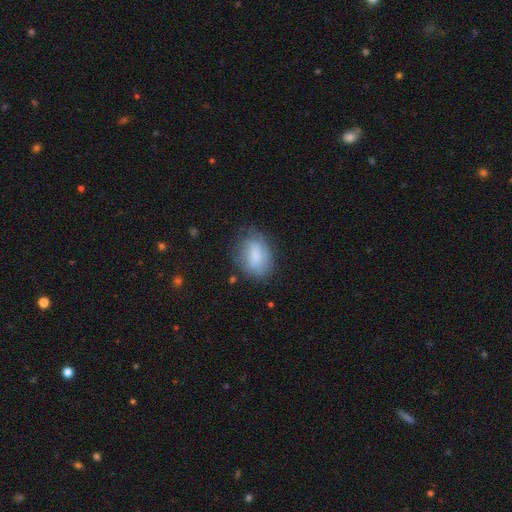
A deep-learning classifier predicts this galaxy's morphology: A smooth galaxy with no disk features (68%) that is in between round and cigar-shaped (81%).

Vote fractions:
- Smooth or featured? smooth: 68% / featured or disk: 23% / star or artifact: 8%
- How rounded? in between: 81% / round: 18% / cigar-shaped: 2%
- Merging? none: 58% / minor disturbance: 28% / major disturbance: 12% / merger: 2%